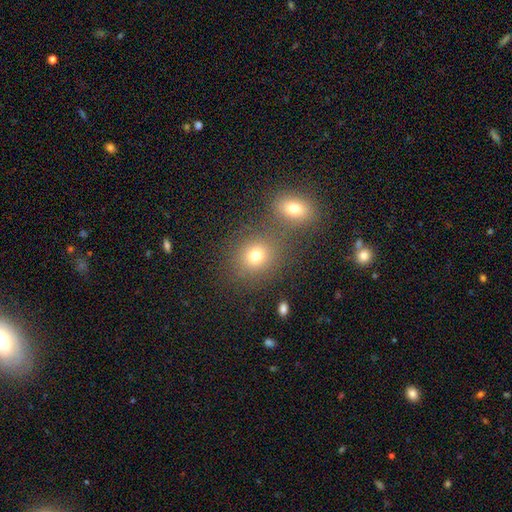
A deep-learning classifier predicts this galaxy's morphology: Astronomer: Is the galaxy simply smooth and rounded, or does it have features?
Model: smooth — 74%.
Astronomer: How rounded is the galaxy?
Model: round — 75%.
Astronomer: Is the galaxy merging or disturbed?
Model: none — 67%.